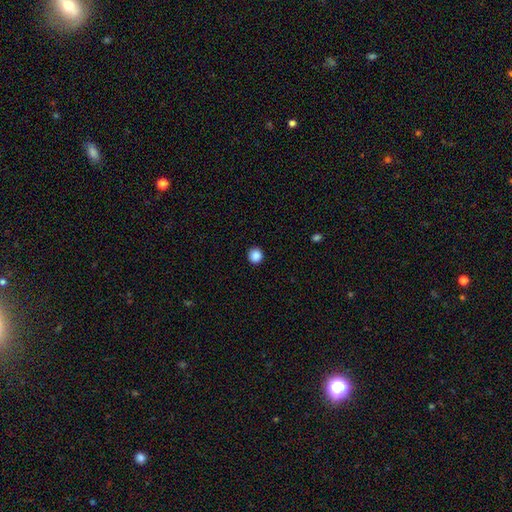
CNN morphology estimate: type=smooth (88%); roundness=round (93%); merging=none (92%).